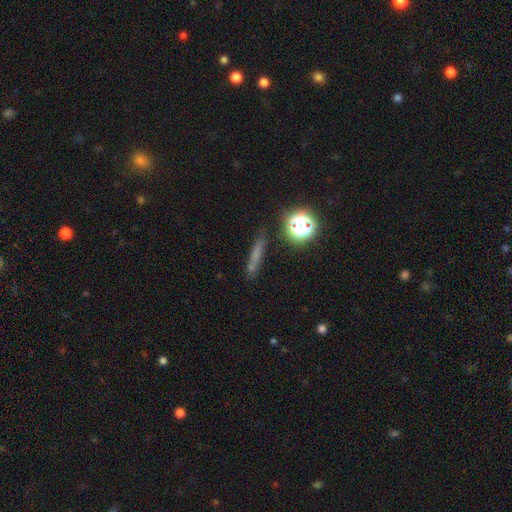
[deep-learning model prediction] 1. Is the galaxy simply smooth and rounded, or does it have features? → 56% smooth, 23% star or artifact, 21% featured or disk.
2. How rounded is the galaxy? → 81% cigar-shaped, 10% round, 8% in between.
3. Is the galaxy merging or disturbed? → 79% none, 13% minor disturbance, 4% major disturbance, 4% merger.